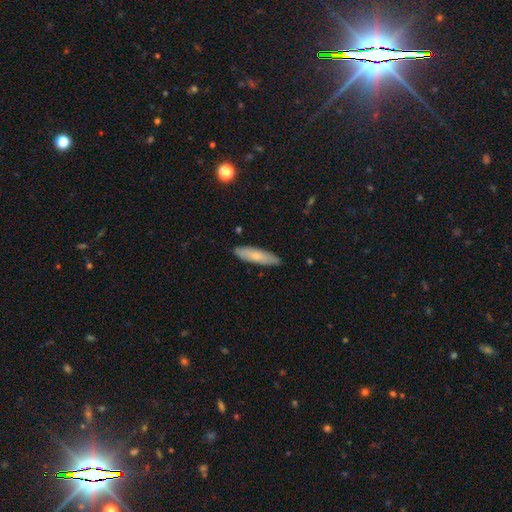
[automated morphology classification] A smooth galaxy with no disk features (69%) that is cigar-shaped (66%).

Vote fractions:
- Smooth or featured? smooth: 69% / featured or disk: 25% / star or artifact: 6%
- How rounded? cigar-shaped: 66% / in between: 32% / round: 2%
- Merging? none: 86% / minor disturbance: 11% / major disturbance: 2% / merger: 1%